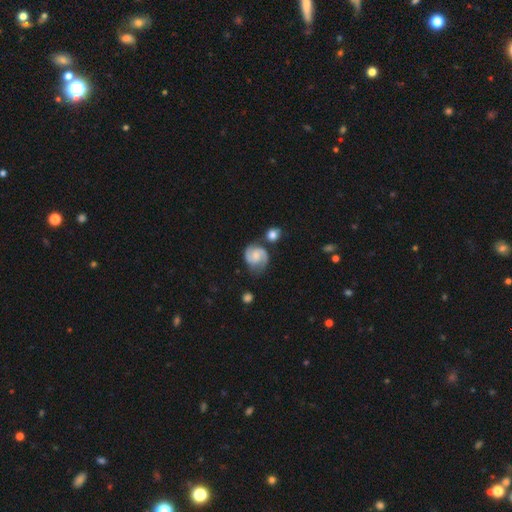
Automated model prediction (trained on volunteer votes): The model was most divided on "bulge size": small: 46%, moderate: 36%, none: 14%, large: 3%, dominant: 1%. More confident: edge-on disk — no (98%); spiral arms — yes (97%); spiral arm count — 2 (90%); smooth or featured — featured or disk (81%); merging — none (67%); bar — no (57%); spiral winding — medium (51%).